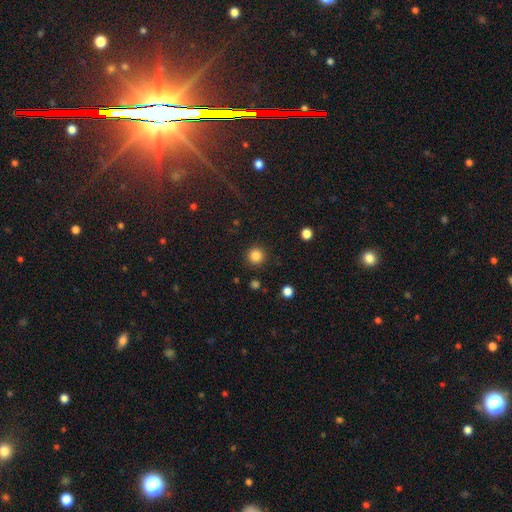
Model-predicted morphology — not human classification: smooth-or-featured: smooth: 85% | star or artifact: 11% | featured or disk: 3%
  how-rounded: round: 95% | in between: 4% | cigar-shaped: 1%
  merging: none: 91% | minor disturbance: 6% | major disturbance: 2% | merger: 1%